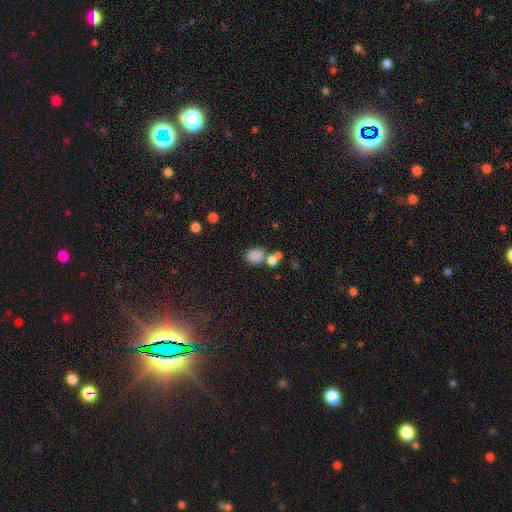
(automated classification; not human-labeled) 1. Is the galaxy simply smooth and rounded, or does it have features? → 81% smooth, 12% star or artifact, 7% featured or disk.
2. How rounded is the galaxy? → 53% round, 46% in between, 1% cigar-shaped.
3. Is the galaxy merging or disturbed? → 50% none, 32% merger, 12% minor disturbance, 6% major disturbance.